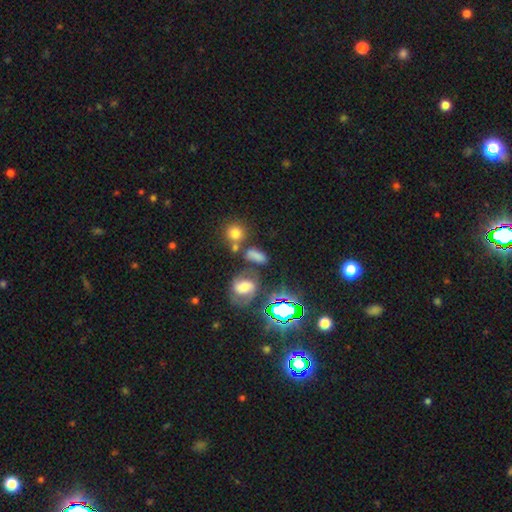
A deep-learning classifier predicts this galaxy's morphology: The model was most divided on "smooth or featured": smooth: 60%, star or artifact: 23%, featured or disk: 16%. More confident: how rounded — in between (66%); merging — none (56%).